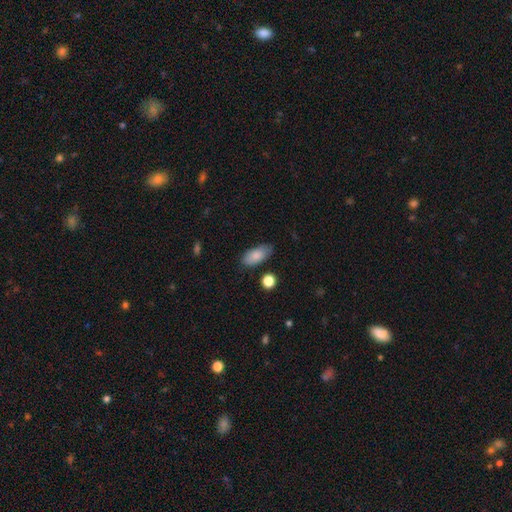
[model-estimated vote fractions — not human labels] Smooth or featured?
  - smooth: 85% *
  - featured or disk: 8%
  - star or artifact: 7%
How rounded?
  - in between: 89% *
  - cigar-shaped: 8%
  - round: 3%
Merging?
  - none: 78% *
  - minor disturbance: 16%
  - major disturbance: 4%
  - merger: 2%